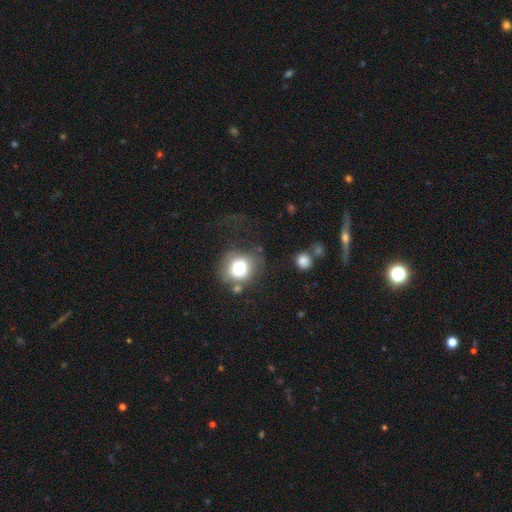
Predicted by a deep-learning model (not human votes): Morphology: type=smooth (52%); roundness=round (89%); merging=none (65%).